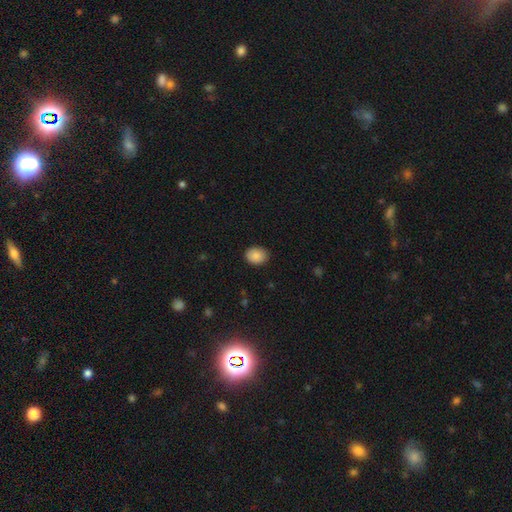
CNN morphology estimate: The model was most divided on "how rounded": in between: 56%, round: 43%, cigar-shaped: 1%. More confident: smooth or featured — smooth (88%); merging — none (88%).